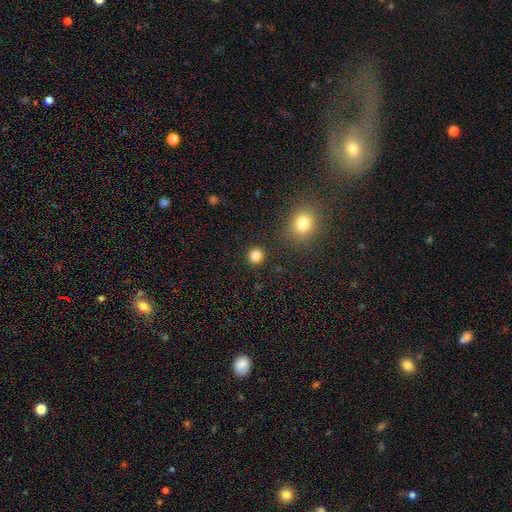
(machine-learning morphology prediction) Smooth or featured?
  - smooth: 84% *
  - star or artifact: 13%
  - featured or disk: 4%
How rounded?
  - round: 91% *
  - in between: 8%
  - cigar-shaped: 1%
Merging?
  - none: 90% *
  - minor disturbance: 5%
  - merger: 2%
  - major disturbance: 2%